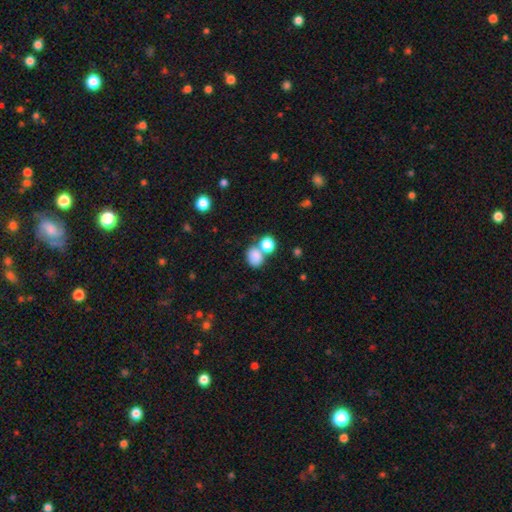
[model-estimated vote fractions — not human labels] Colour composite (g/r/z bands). It shows a smooth galaxy with no disk features (82%) that is in between round and cigar-shaped (50%). Merging: none (50%).